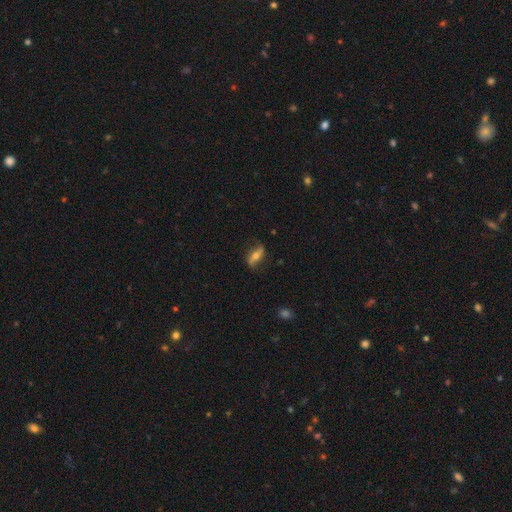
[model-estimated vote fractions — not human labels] This appears to be a featured or disk galaxy (51%). Merging: none (77%).